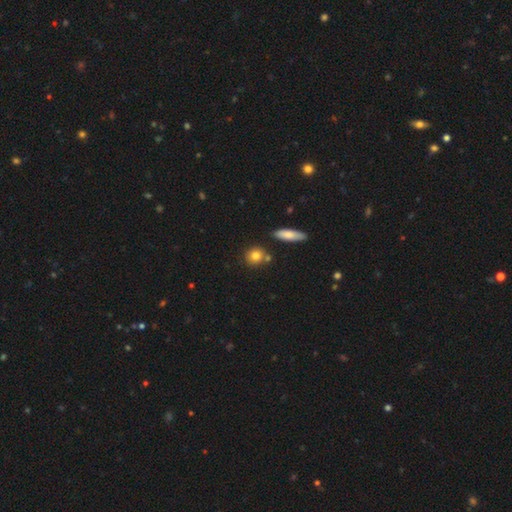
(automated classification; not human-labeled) Smooth or featured: smooth — 80% (featured or disk — 11%)
How rounded: round — 79% (in between — 18%)
Merging: none — 74% (merger — 13%)